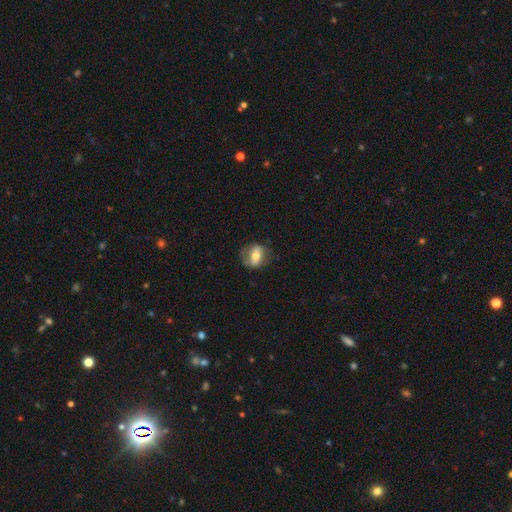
smooth-or-featured: smooth: 54% | featured or disk: 38% | star or artifact: 8%
  how-rounded: in between: 57% | round: 29% | cigar-shaped: 14%
  merging: none: 67% | minor disturbance: 22% | major disturbance: 8% | merger: 3%